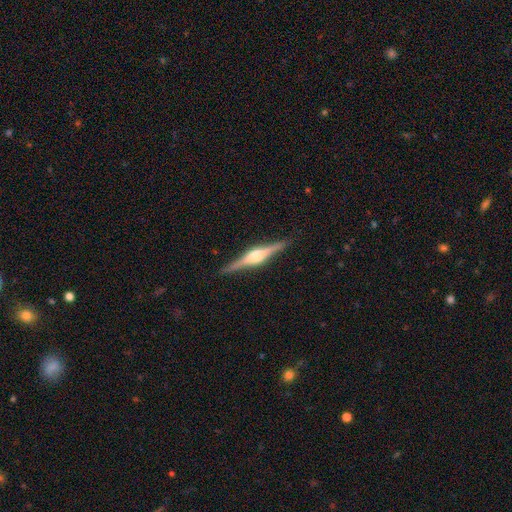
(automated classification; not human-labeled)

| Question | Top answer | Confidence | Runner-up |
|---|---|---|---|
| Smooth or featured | featured or disk | 83% | smooth (12%) |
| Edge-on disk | yes | 98% | no (2%) |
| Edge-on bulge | rounded | 85% | boxy (12%) |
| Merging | none | 91% | minor disturbance (7%) |